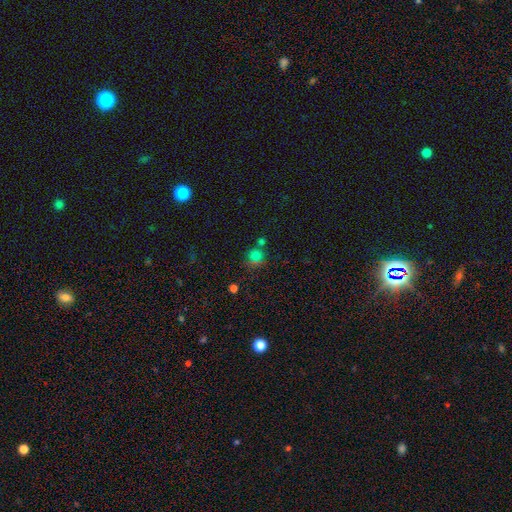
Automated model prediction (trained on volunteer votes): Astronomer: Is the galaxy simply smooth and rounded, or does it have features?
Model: smooth — 64%.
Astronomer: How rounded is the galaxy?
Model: round — 85%.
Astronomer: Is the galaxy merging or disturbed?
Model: none — 60%.